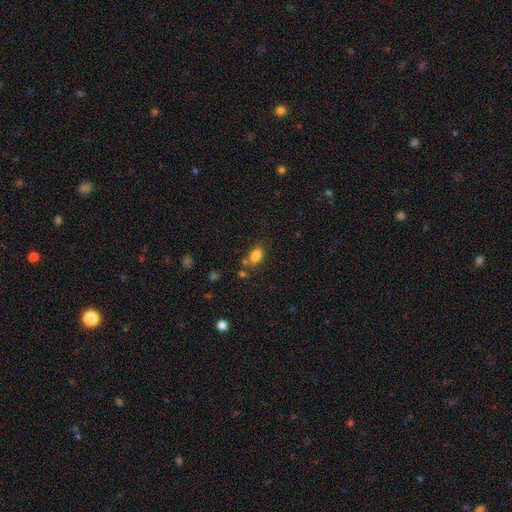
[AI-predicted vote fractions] Overall: smooth (83%). How rounded: in between (82%). Merging: none (64%).